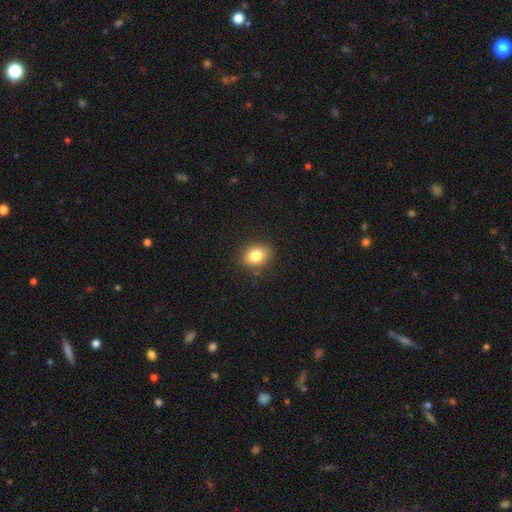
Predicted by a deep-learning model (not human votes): Smooth or featured? smooth (81%)
How rounded? in between (54%)
Merging? none (85%)